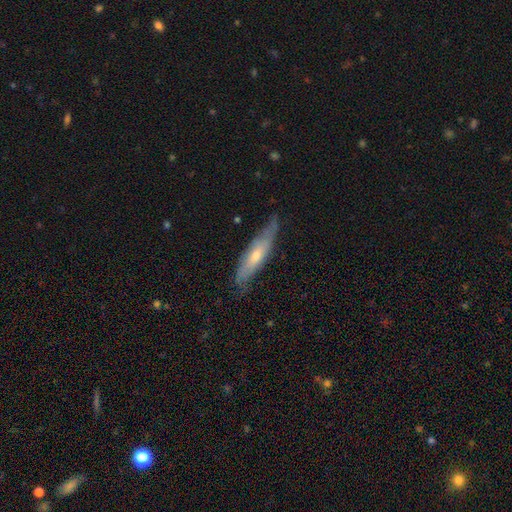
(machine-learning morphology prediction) type=featured or disk (53%); edge-on=yes (60%); merging=none (69%).